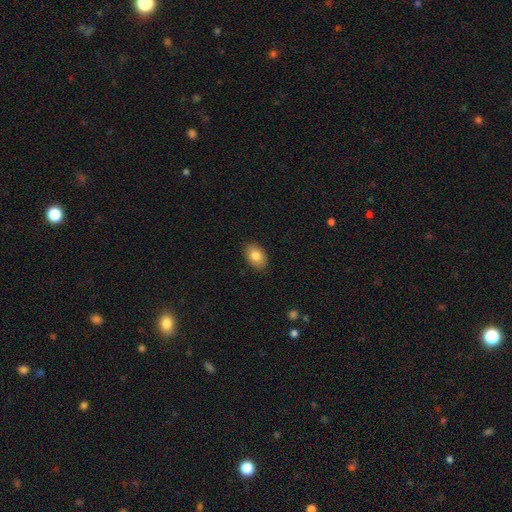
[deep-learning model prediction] Smooth or featured? smooth (83%)
How rounded? in between (88%)
Merging? none (87%)